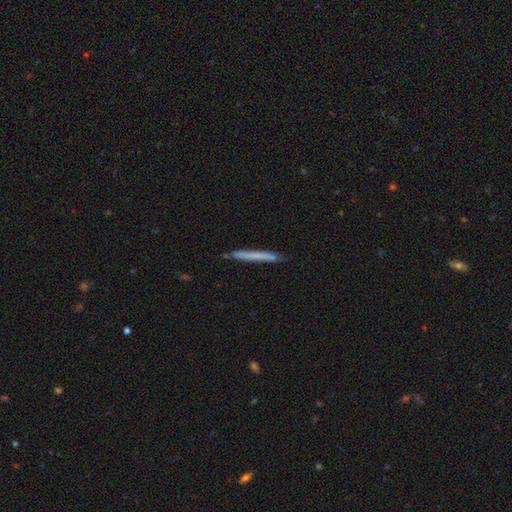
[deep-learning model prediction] This appears to be a smooth galaxy with no disk features (63%) that is cigar-shaped (97%). Merging: none (89%).